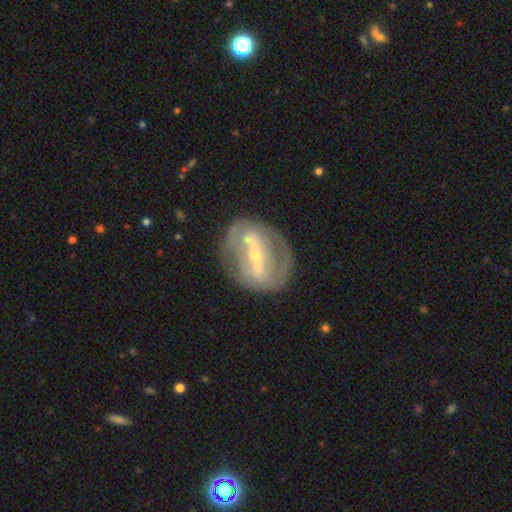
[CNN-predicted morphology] This appears to be a featured or disk galaxy (78%) with a strong bar (65%), spiral arms (53%) and a small central bulge (62%). Merging: none (67%).